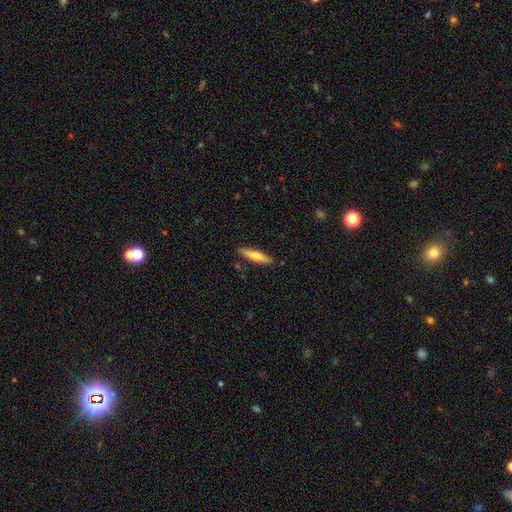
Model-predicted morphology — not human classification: Q: Smooth or featured?
A: smooth (65%); runner-up: featured or disk (29%)
Q: How rounded?
A: cigar-shaped (80%); runner-up: in between (18%)
Q: Merging?
A: none (88%); runner-up: minor disturbance (9%)